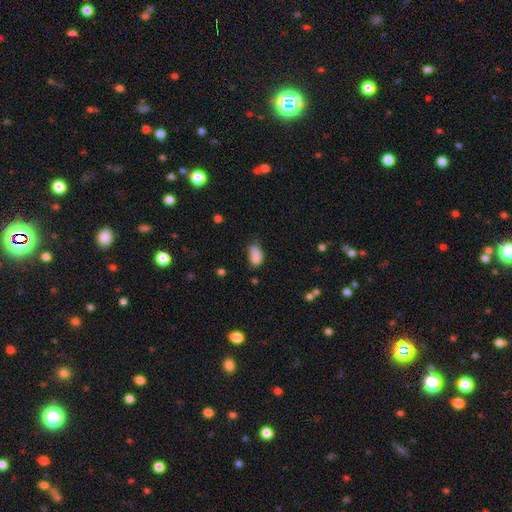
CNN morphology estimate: smooth_or_featured: smooth (p=0.79) [alt: featured or disk p=0.11]
how_rounded: in between (p=0.88) [alt: round p=0.09]
merging: none (p=0.41) [alt: minor disturbance p=0.29]